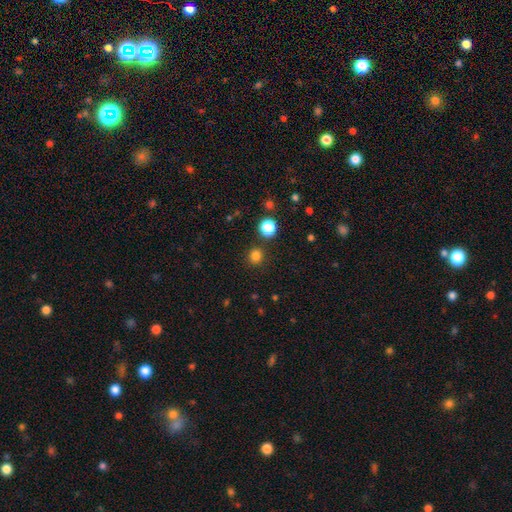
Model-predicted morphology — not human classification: Q: Smooth or featured?
A: smooth (81%); runner-up: star or artifact (16%)
Q: How rounded?
A: round (86%); runner-up: in between (13%)
Q: Merging?
A: none (85%); runner-up: minor disturbance (7%)